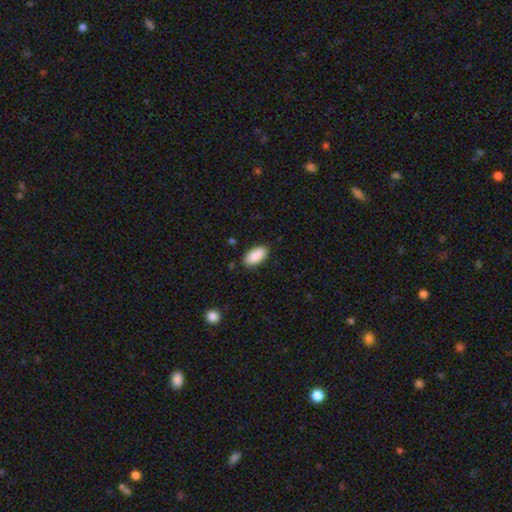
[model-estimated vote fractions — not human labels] The model was most divided on "merging": none: 87%, minor disturbance: 10%, major disturbance: 2%, merger: 1%. More confident: how rounded — in between (94%); smooth or featured — smooth (90%).